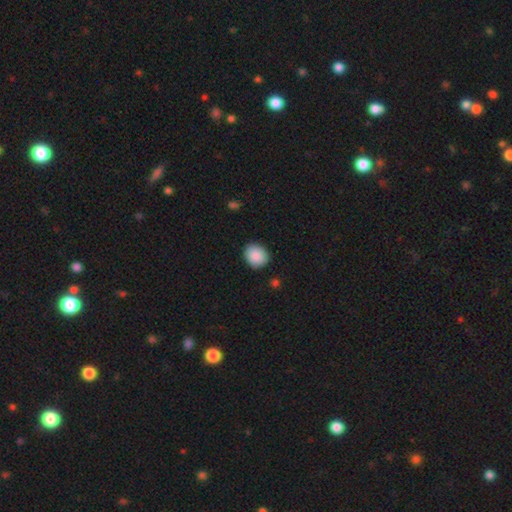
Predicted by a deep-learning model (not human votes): Smooth or featured?
  - smooth: 89% *
  - star or artifact: 7%
  - featured or disk: 4%
How rounded?
  - round: 64% *
  - in between: 35%
  - cigar-shaped: 1%
Merging?
  - none: 86% *
  - minor disturbance: 10%
  - major disturbance: 2%
  - merger: 1%